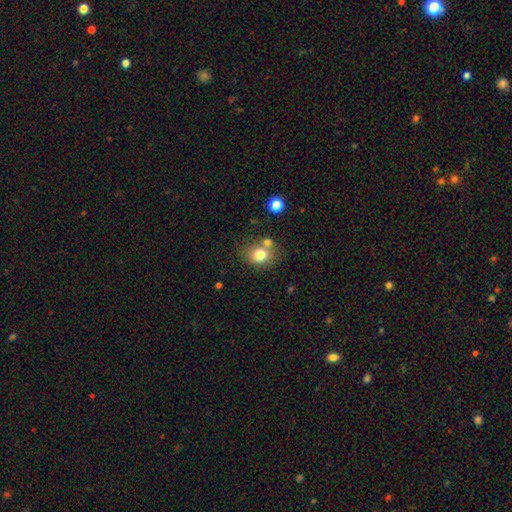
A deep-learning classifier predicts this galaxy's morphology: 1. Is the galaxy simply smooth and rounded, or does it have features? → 74% smooth, 14% star or artifact, 11% featured or disk.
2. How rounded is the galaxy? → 66% round, 33% in between, 1% cigar-shaped.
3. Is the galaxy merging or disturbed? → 62% none, 21% merger, 12% minor disturbance, 4% major disturbance.